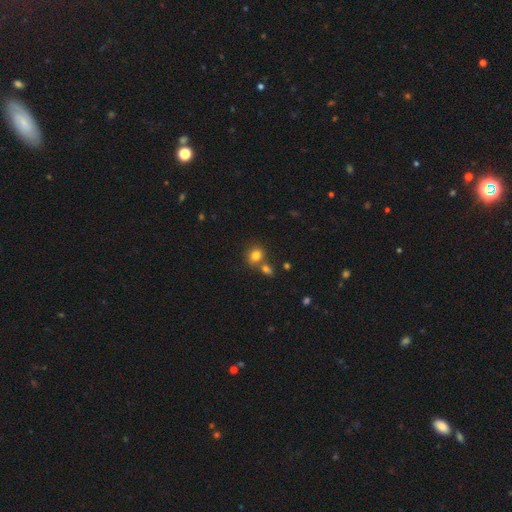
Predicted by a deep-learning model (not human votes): Smooth or featured?
  - smooth: 81% *
  - star or artifact: 11%
  - featured or disk: 8%
How rounded?
  - round: 65% *
  - in between: 34%
  - cigar-shaped: 1%
Merging?
  - none: 56% *
  - merger: 30%
  - minor disturbance: 11%
  - major disturbance: 4%